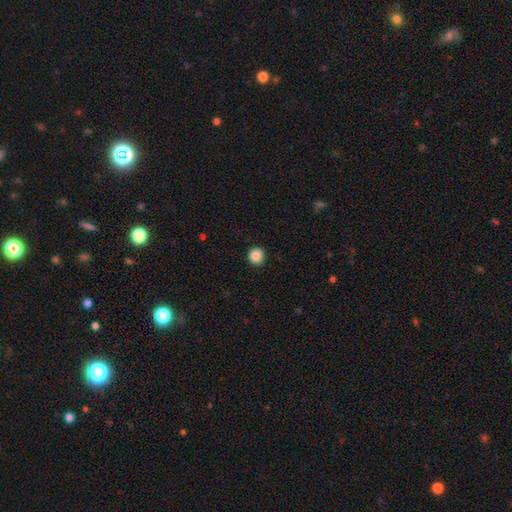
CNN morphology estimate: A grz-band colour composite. It shows a smooth galaxy with no disk features (87%) that is round (92%). Merging: none (92%).